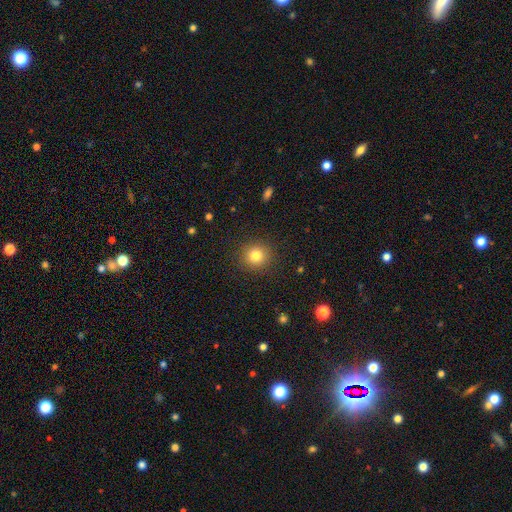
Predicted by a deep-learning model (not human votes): Morphology: type=smooth (81%); roundness=round (92%); merging=none (90%).